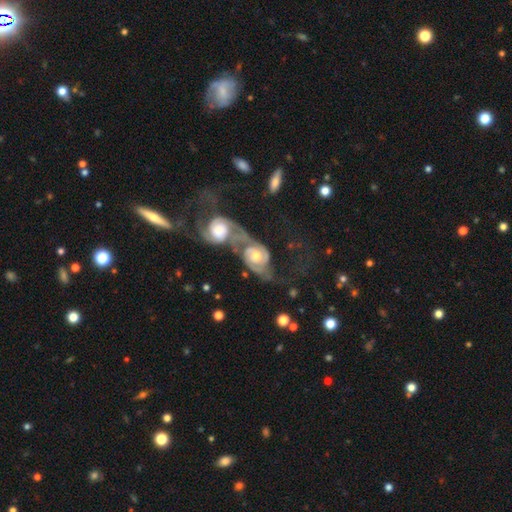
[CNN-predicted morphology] This is clearly a featured or disk galaxy (84%). It is clearly not viewed edge-on (96%). Bar: likely no (67%). Spiral arm pattern: clearly yes (93%). Spiral arm count: clearly 2 (81%). Spiral winding: marginally medium (42%). Central bulge: likely moderate (61%). Merging: likely merger (76%).